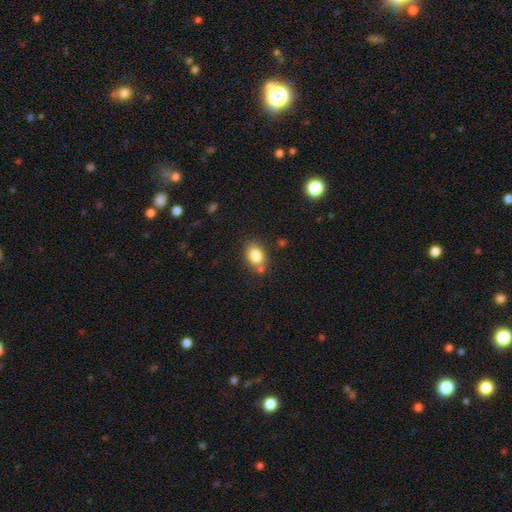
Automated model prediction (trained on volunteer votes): Smooth or featured? smooth (83%)
How rounded? in between (68%)
Merging? none (70%)